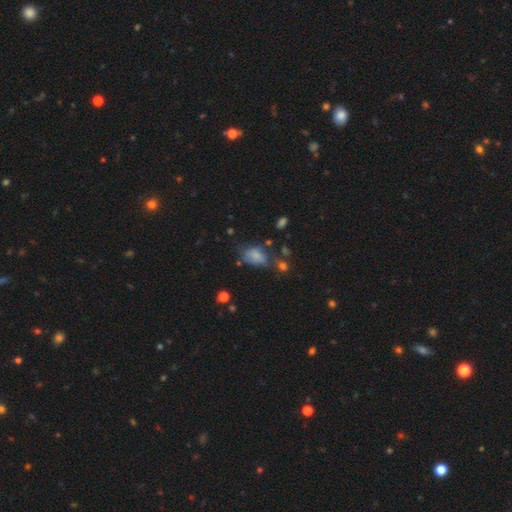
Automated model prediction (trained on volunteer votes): smooth-or-featured: smooth: 69% | featured or disk: 19% | star or artifact: 12%
  how-rounded: in between: 83% | round: 15% | cigar-shaped: 2%
  merging: none: 37% | minor disturbance: 30% | major disturbance: 21% | merger: 12%